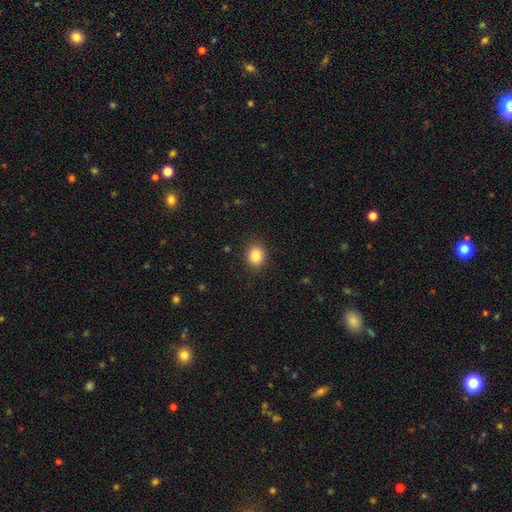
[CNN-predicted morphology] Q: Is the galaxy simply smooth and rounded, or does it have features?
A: smooth — 84%.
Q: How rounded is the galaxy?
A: round — 70%.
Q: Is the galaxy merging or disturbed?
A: none — 89%.